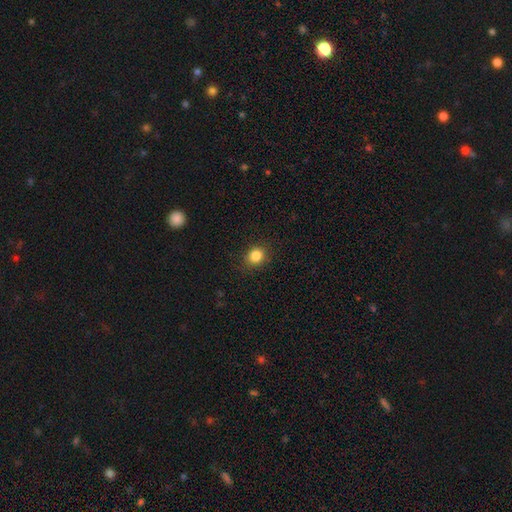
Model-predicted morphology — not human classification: smooth 84%, star or artifact 11%, featured or disk 5%. Down the decision tree: how rounded — round (76%); merging — none (88%).